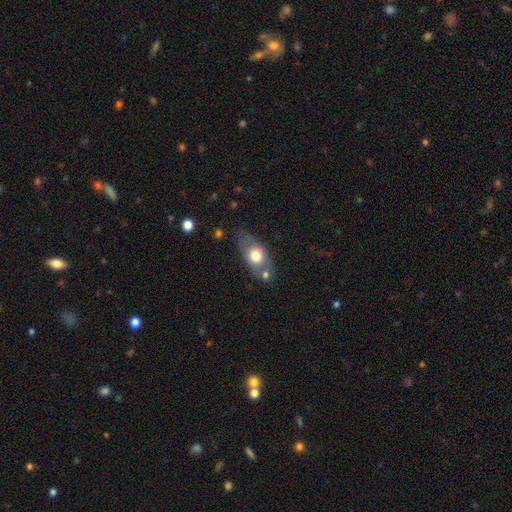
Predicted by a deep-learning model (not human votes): smooth-or-featured: smooth: 62% | featured or disk: 30% | star or artifact: 7%
  how-rounded: in between: 81% | round: 12% | cigar-shaped: 7%
  merging: none: 60% | minor disturbance: 20% | merger: 13% | major disturbance: 7%